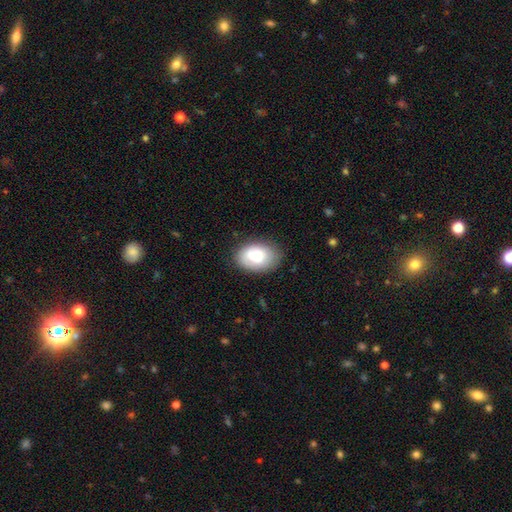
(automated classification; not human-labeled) A smooth galaxy with no disk features (75%) that is in between round and cigar-shaped (85%). Merging: none (79%).